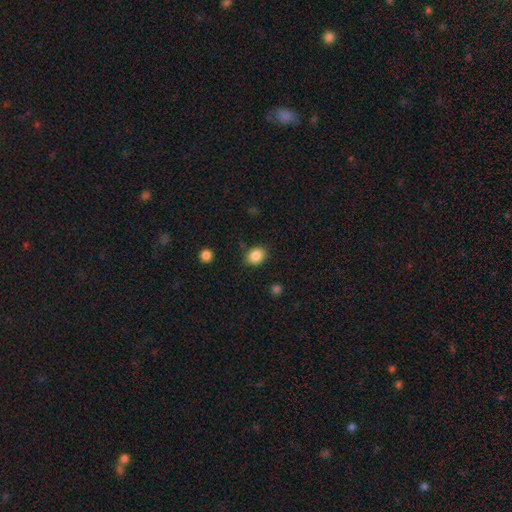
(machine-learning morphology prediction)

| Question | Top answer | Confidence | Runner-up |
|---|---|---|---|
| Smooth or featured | smooth | 86% | star or artifact (9%) |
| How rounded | round | 51% | in between (48%) |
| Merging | none | 84% | minor disturbance (11%) |